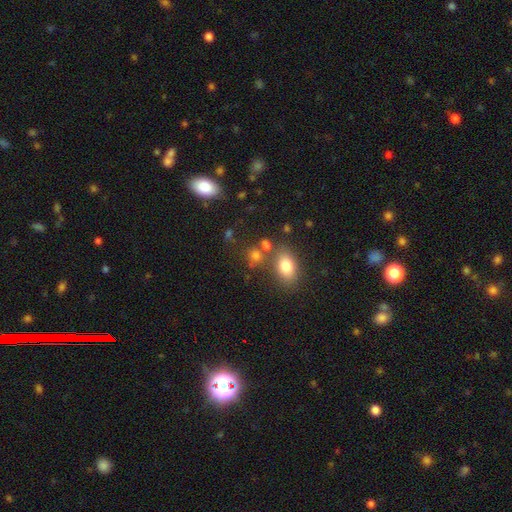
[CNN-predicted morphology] A smooth galaxy with no disk features (75%) that is round (52%).

Vote fractions:
- Smooth or featured? smooth: 75% / star or artifact: 16% / featured or disk: 9%
- How rounded? round: 52% / in between: 45% / cigar-shaped: 2%
- Merging? none: 59% / merger: 22% / minor disturbance: 13% / major disturbance: 6%